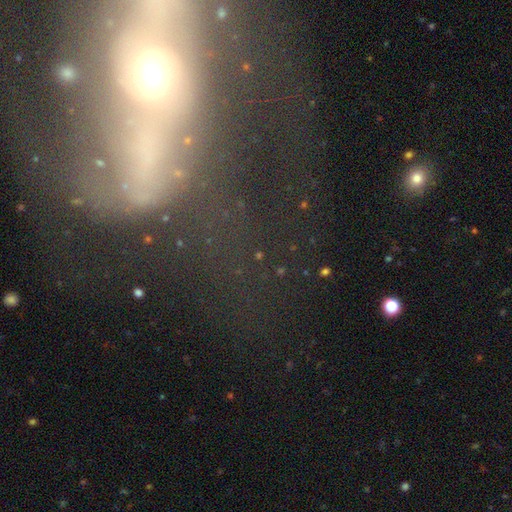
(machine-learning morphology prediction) Overall: featured or disk (51%; star or artifact 26%). Edge-on disk: no (85%). Merging: major disturbance (41%; none 33%).